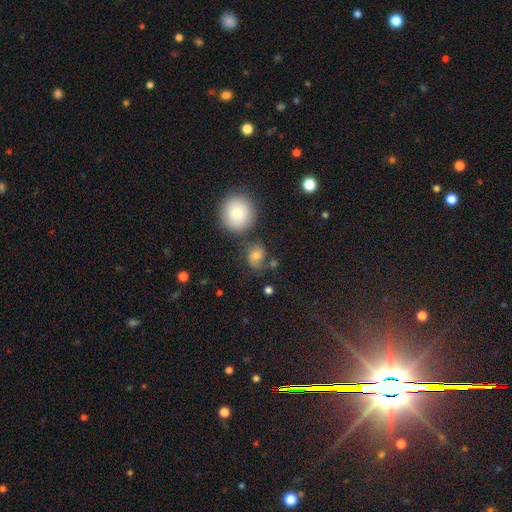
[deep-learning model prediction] A smooth galaxy with no disk features (56%) that is round (68%). Merging: none (61%).